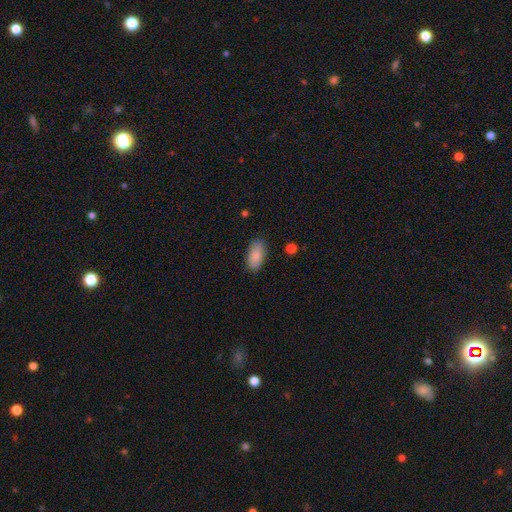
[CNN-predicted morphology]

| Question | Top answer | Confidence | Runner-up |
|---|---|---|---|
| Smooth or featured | smooth | 87% | featured or disk (7%) |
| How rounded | in between | 93% | cigar-shaped (5%) |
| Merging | none | 86% | minor disturbance (10%) |